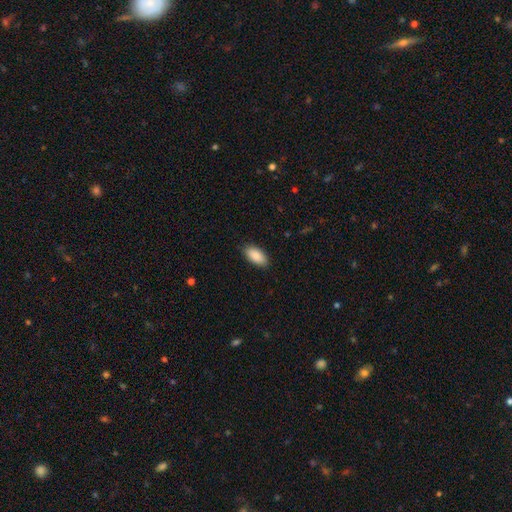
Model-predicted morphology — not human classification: Smooth or featured?
  - smooth: 89% *
  - star or artifact: 6%
  - featured or disk: 5%
How rounded?
  - in between: 93% *
  - cigar-shaped: 5%
  - round: 2%
Merging?
  - none: 87% *
  - minor disturbance: 10%
  - major disturbance: 2%
  - merger: 1%